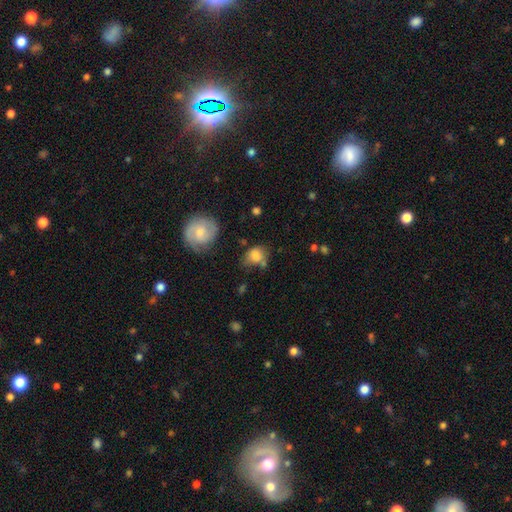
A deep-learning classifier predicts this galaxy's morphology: Smooth or featured: smooth — 76% (featured or disk — 15%)
How rounded: round — 51% (in between — 48%)
Merging: none — 45% (minor disturbance — 30%)